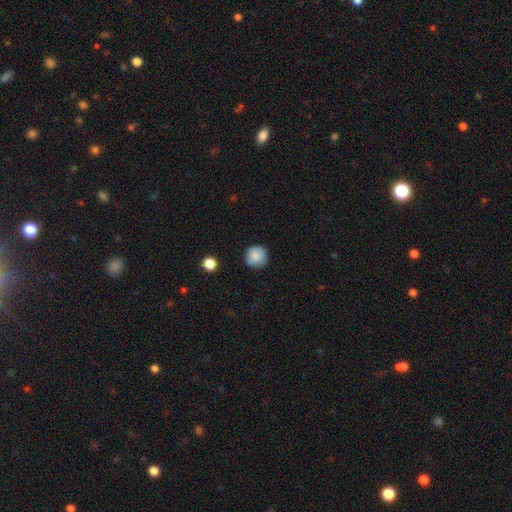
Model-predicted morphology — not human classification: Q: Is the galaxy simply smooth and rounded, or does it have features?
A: smooth — 85%.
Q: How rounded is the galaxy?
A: round — 94%.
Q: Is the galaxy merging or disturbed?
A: none — 82%.